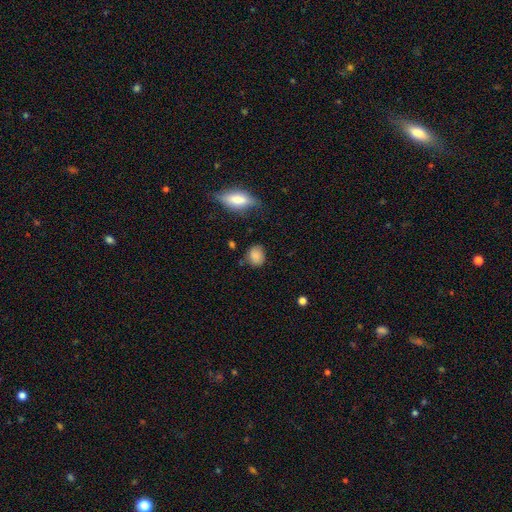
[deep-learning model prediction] Smooth or featured: smooth — 83% (star or artifact — 9%)
How rounded: round — 52% (in between — 46%)
Merging: none — 72% (minor disturbance — 21%)